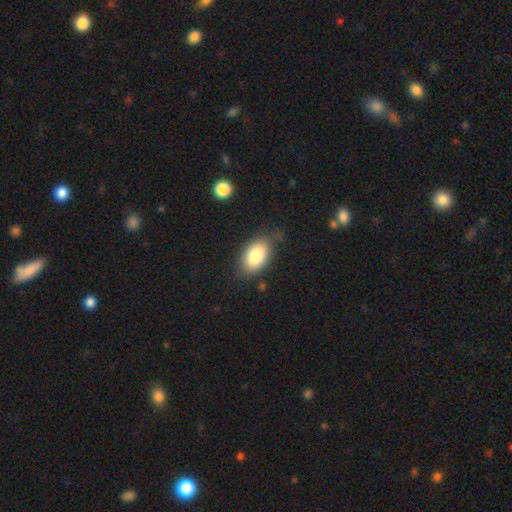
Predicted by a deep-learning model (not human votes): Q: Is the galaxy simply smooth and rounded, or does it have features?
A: smooth — 84%.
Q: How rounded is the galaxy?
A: in between — 92%.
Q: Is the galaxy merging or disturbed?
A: none — 75%.